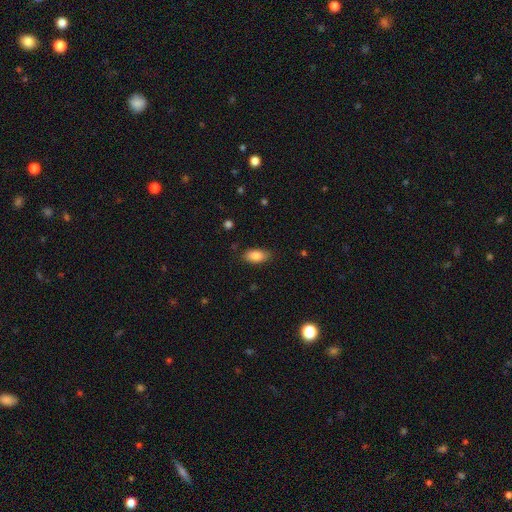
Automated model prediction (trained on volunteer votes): This is clearly a smooth galaxy (86%). How rounded: clearly in between (91%). Merging: clearly none (81%).